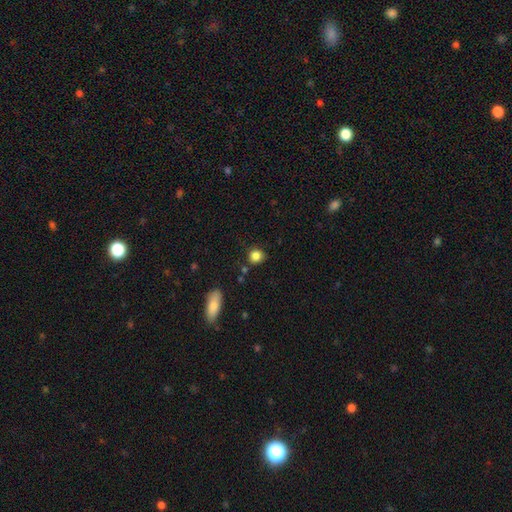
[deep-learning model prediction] This is clearly a smooth galaxy (85%). How rounded: clearly round (86%). Merging: likely none (80%).